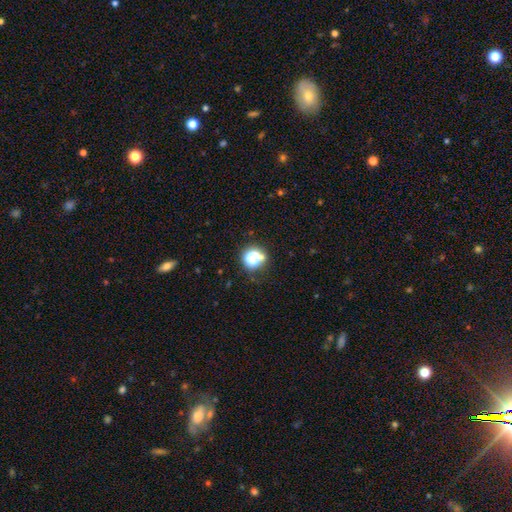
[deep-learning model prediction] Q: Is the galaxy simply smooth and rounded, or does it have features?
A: smooth — 54%.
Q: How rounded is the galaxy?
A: round — 84%.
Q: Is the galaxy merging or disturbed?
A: none — 71%.